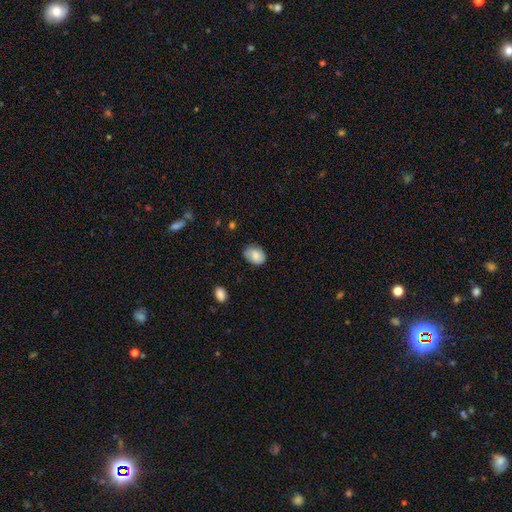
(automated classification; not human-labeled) smooth-or-featured: smooth: 81% | featured or disk: 12% | star or artifact: 7%
  how-rounded: in between: 67% | round: 32% | cigar-shaped: 1%
  merging: none: 73% | minor disturbance: 22% | major disturbance: 4% | merger: 1%